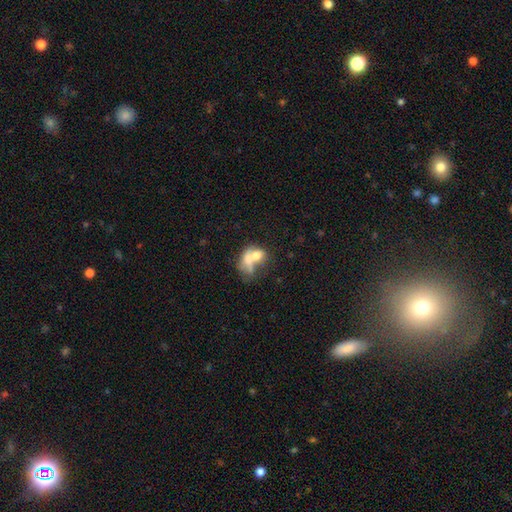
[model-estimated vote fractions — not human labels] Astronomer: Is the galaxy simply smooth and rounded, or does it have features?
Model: smooth — 56% (runner-up: featured or disk, 33%).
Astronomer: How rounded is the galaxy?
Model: in between — 69%.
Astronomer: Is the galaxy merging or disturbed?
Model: merger — 60%.